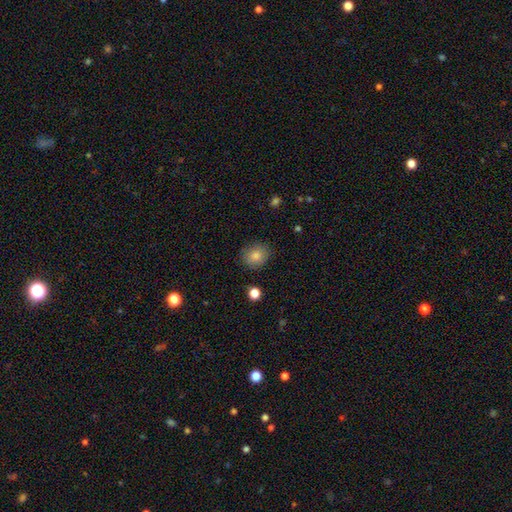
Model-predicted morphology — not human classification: This appears to be a smooth galaxy with no disk features (81%) that is round (70%). Merging: none (87%).